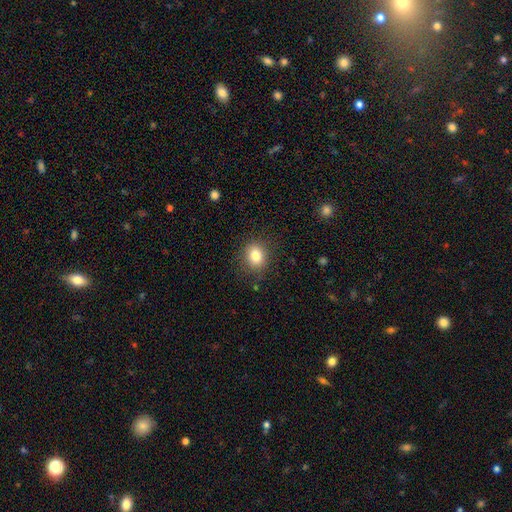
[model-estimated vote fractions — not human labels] Overall: smooth (81%). How rounded: round (67%; in between 32%). Merging: none (86%).